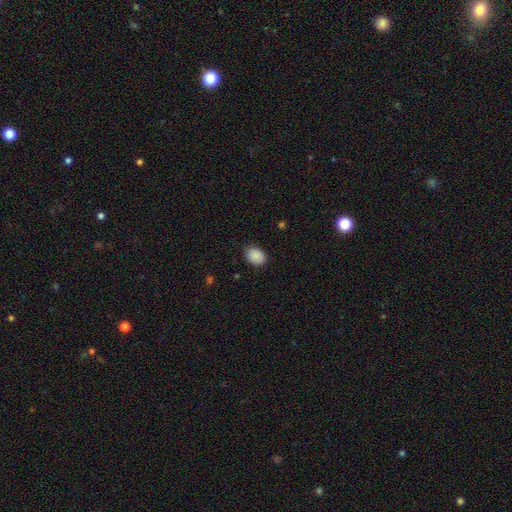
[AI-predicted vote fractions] Smooth or featured? Predicted: smooth (p=0.89). How rounded? Predicted: in between (p=0.77). Merging? Predicted: none (p=0.83).